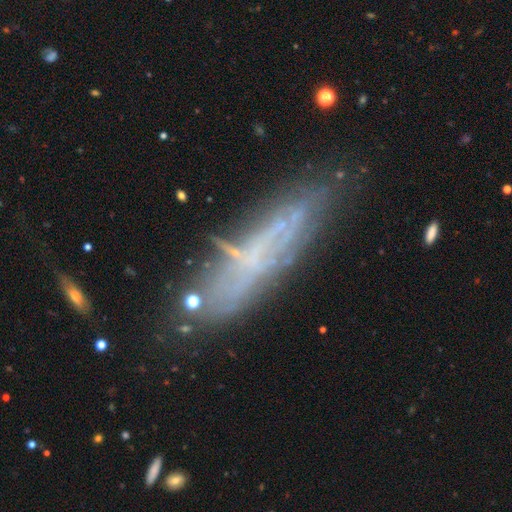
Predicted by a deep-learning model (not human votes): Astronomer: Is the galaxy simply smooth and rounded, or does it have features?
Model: featured or disk — 50% (runner-up: smooth, 36%).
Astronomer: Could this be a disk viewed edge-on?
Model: yes — 51% (runner-up: no, 49%).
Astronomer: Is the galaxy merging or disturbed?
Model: none — 65%.